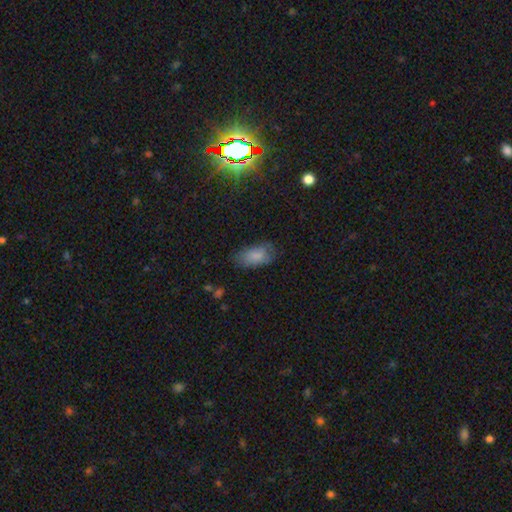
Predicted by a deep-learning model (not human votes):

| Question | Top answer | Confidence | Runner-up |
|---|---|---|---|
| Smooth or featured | smooth | 80% | featured or disk (12%) |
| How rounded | in between | 92% | cigar-shaped (4%) |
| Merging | none | 65% | minor disturbance (25%) |